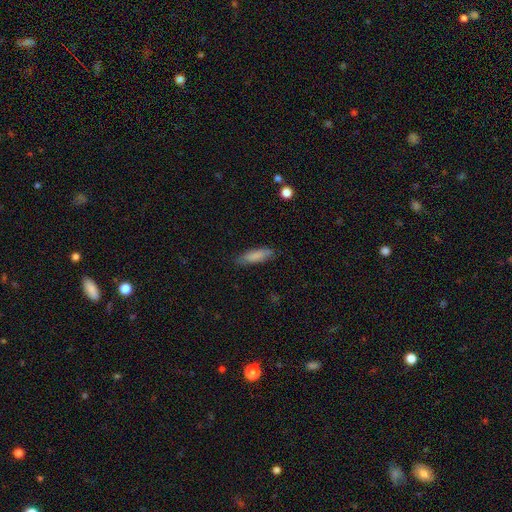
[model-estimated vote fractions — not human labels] Overall: smooth (82%). How rounded: cigar-shaped (58%; in between 40%). Merging: none (81%).